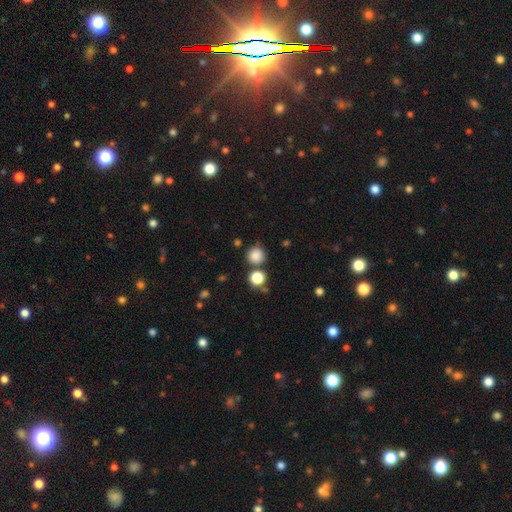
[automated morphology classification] Smooth or featured? smooth (83%)
How rounded? round (92%)
Merging? none (75%)